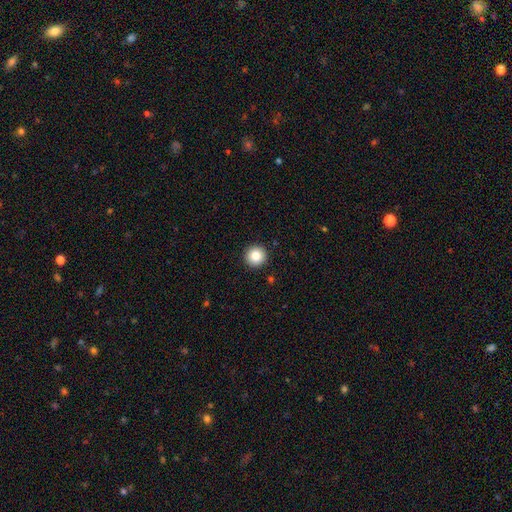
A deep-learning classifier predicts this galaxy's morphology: The model was most divided on "smooth or featured": smooth: 84%, star or artifact: 9%, featured or disk: 7%. More confident: how rounded — round (96%); merging — none (93%).